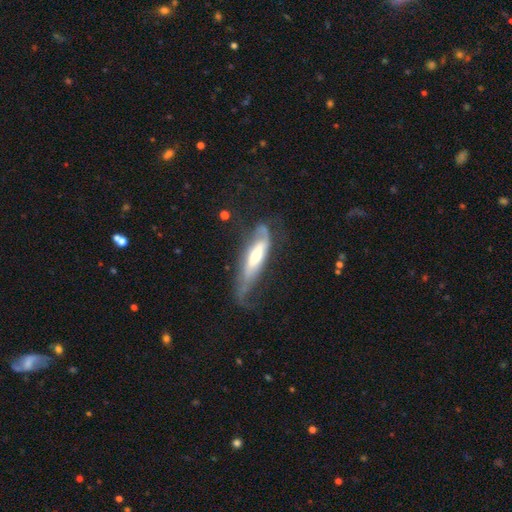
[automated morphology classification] This appears to be a featured or disk galaxy (64%). Merging: major disturbance (35%, tied with none).